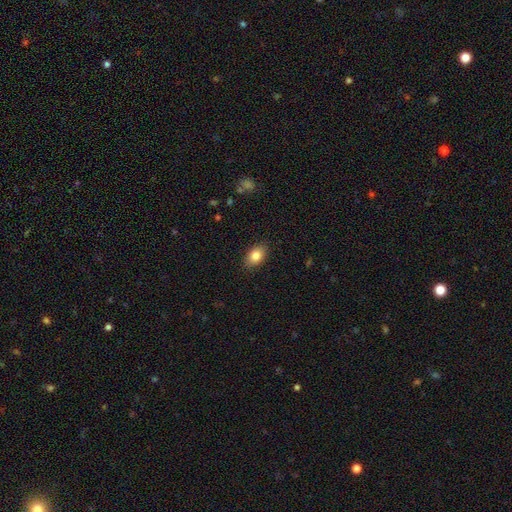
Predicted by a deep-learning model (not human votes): Overall: smooth (84%). How rounded: in between (82%). Merging: none (87%).